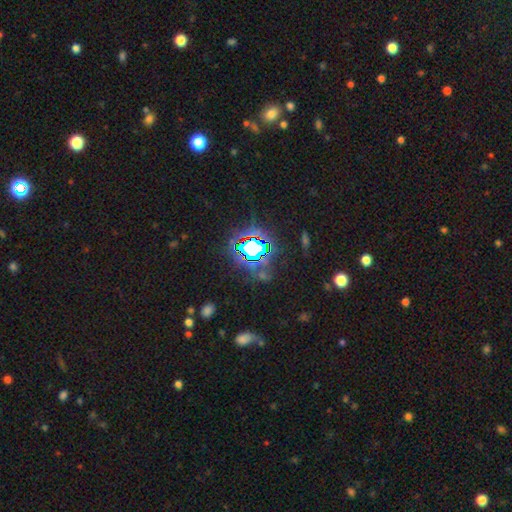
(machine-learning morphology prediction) This is likely a star or artifact rather than a galaxy (73%).